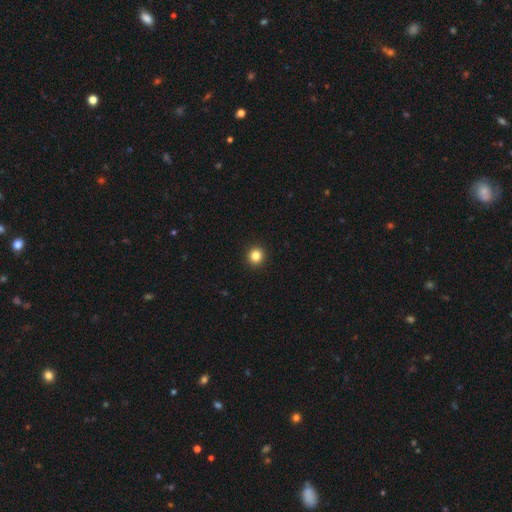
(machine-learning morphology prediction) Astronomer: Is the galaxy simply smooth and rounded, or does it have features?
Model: smooth — 84%.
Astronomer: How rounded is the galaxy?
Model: round — 94%.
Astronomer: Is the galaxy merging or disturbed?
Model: none — 94%.